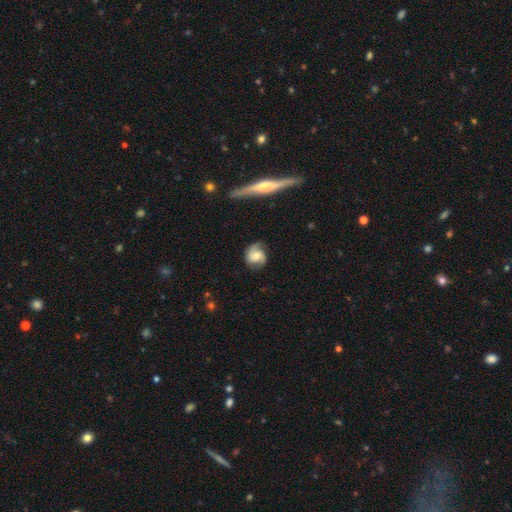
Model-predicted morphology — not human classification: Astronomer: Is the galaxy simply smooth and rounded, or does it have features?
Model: featured or disk — 71%.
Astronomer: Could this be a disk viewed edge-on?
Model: no — 97%.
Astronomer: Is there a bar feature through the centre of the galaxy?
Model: no — 61%.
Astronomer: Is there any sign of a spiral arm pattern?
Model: yes — 95%.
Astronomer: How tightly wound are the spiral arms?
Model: medium — 45% (runner-up: tight, 33%).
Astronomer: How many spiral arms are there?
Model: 2 — 86%.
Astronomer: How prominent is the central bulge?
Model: moderate — 49% (runner-up: small, 29%).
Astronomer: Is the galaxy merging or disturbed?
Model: none — 75%.